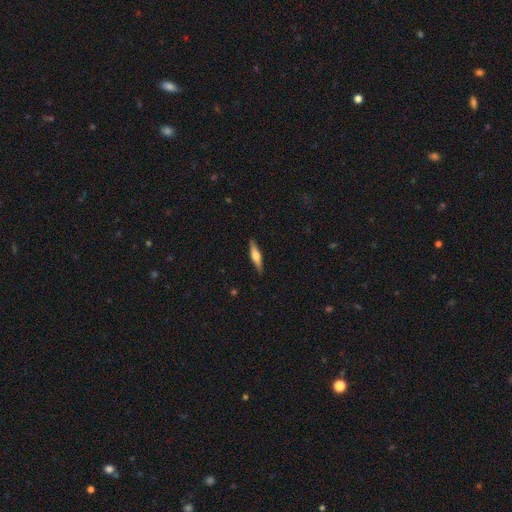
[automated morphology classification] A featured or disk galaxy (49%). Merging: none (89%).